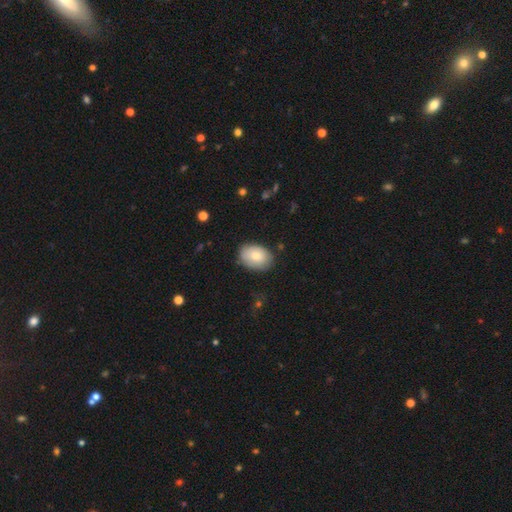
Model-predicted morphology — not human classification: Smooth or featured: smooth — 78% (featured or disk — 15%)
How rounded: in between — 83% (round — 16%)
Merging: none — 81% (minor disturbance — 15%)